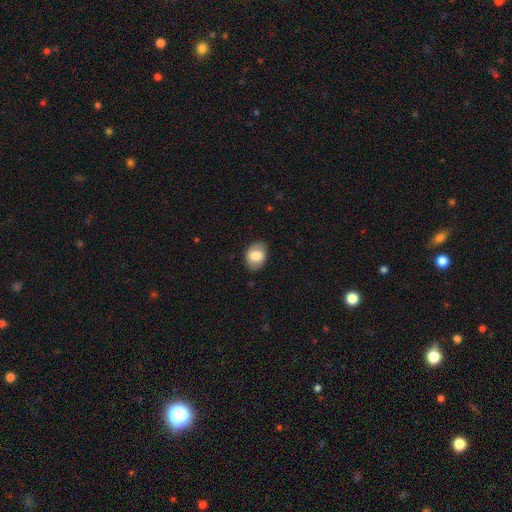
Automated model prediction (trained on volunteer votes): Morphology: type=smooth (75%); roundness=in between (76%); merging=none (80%).